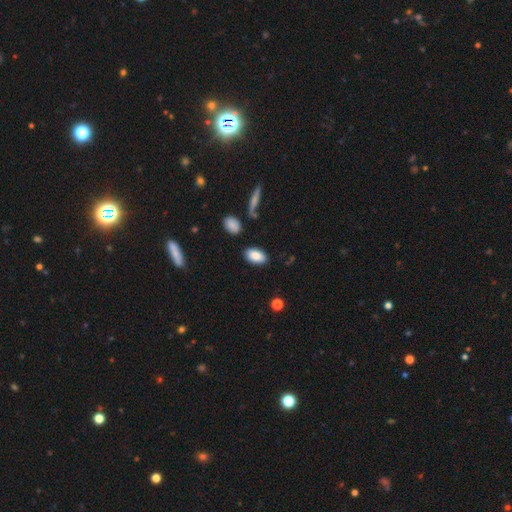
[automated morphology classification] Smooth or featured: smooth — 85% (featured or disk — 7%)
How rounded: in between — 92% (round — 4%)
Merging: none — 85% (minor disturbance — 10%)